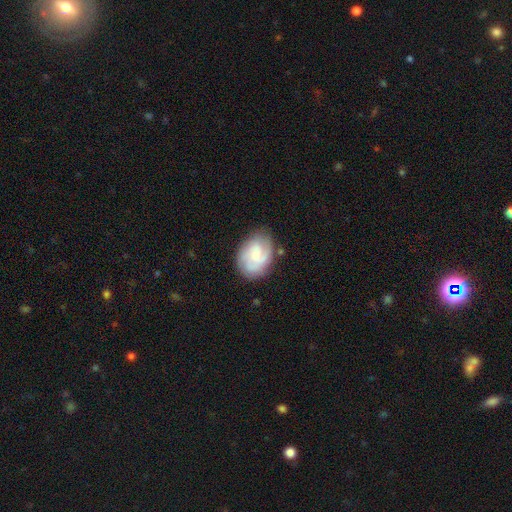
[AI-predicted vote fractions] This is possibly a featured or disk galaxy (55%). It is clearly not viewed edge-on (97%). Bar: possibly no (59%). Spiral arm pattern: clearly yes (87%). Central bulge: possibly small (45%). Merging: likely none (69%).